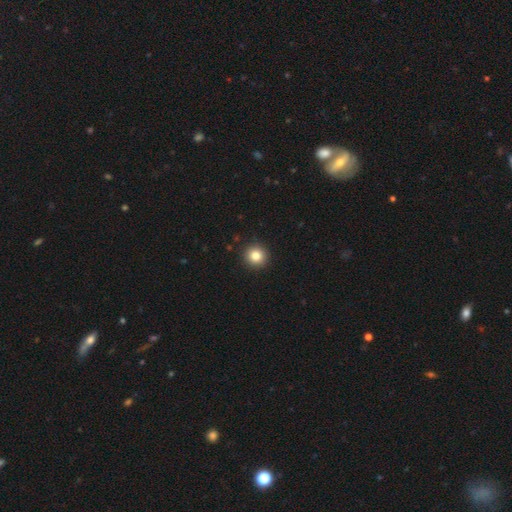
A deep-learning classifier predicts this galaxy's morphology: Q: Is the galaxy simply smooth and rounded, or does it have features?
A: smooth — 83%.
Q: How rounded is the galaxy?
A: round — 94%.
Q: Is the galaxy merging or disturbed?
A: none — 92%.